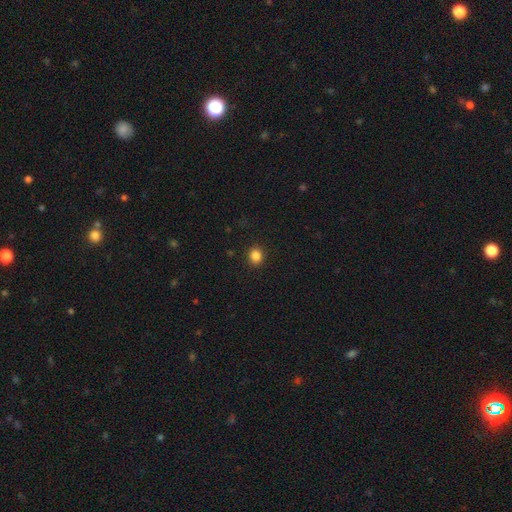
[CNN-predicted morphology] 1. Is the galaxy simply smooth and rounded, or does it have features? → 85% smooth, 11% star or artifact, 4% featured or disk.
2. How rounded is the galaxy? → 82% round, 17% in between, 1% cigar-shaped.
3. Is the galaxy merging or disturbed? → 91% none, 6% minor disturbance, 2% major disturbance, 1% merger.